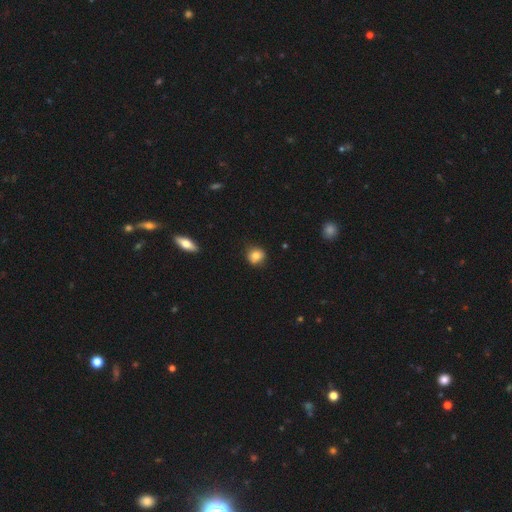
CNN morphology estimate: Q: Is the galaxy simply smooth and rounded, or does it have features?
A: smooth — 82%.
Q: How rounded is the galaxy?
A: round — 81%.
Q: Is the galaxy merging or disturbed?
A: none — 80%.